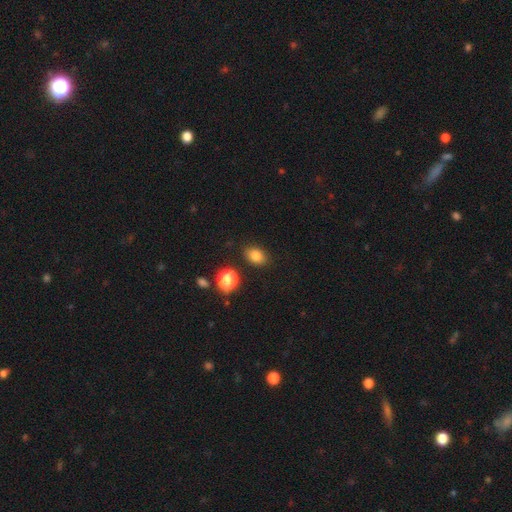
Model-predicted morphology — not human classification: Smooth or featured? smooth (81%)
How rounded? in between (69%)
Merging? none (85%)